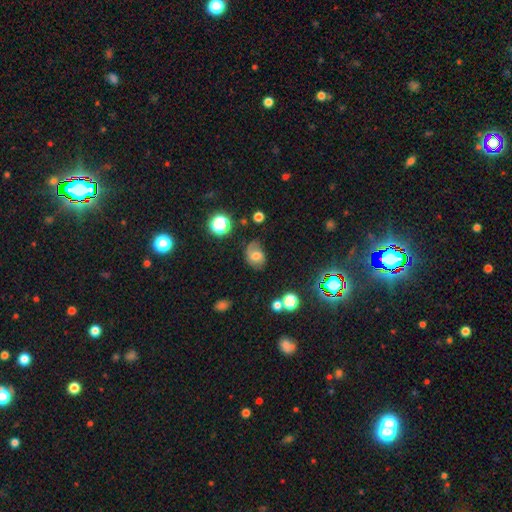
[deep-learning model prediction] Q: Smooth or featured?
A: smooth (56%); runner-up: featured or disk (29%)
Q: How rounded?
A: in between (57%); runner-up: round (41%)
Q: Merging?
A: none (50%); runner-up: minor disturbance (31%)